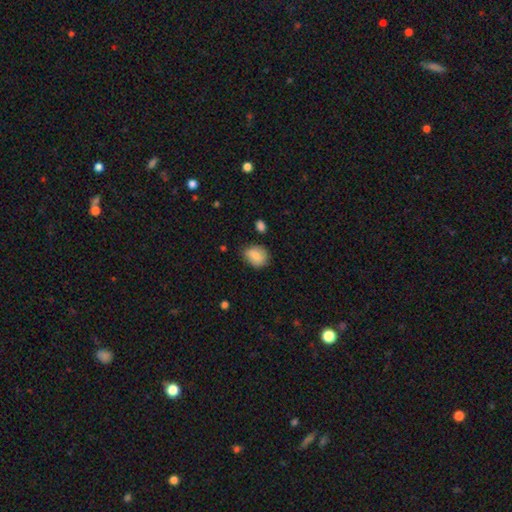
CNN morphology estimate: Smooth or featured? Predicted: smooth (p=0.82). How rounded? Predicted: in between (p=0.58). Merging? Predicted: none (p=0.67).